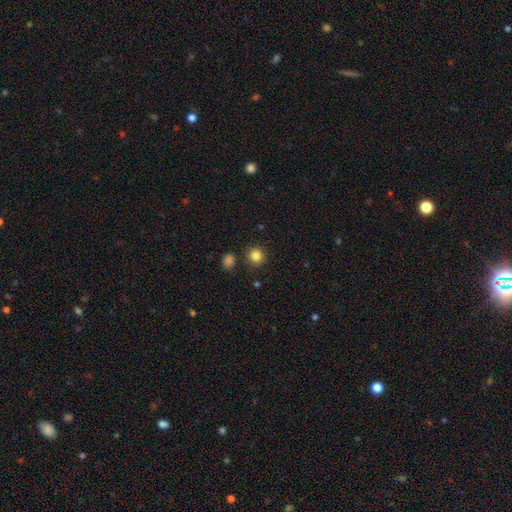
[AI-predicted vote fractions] This appears to be a smooth galaxy with no disk features (83%) that is round (92%). Merging: none (88%).